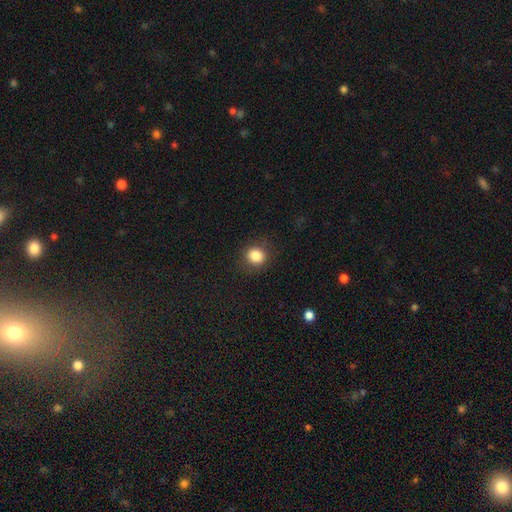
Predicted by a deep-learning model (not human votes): Morphology: type=smooth (85%); roundness=round (82%); merging=none (85%).